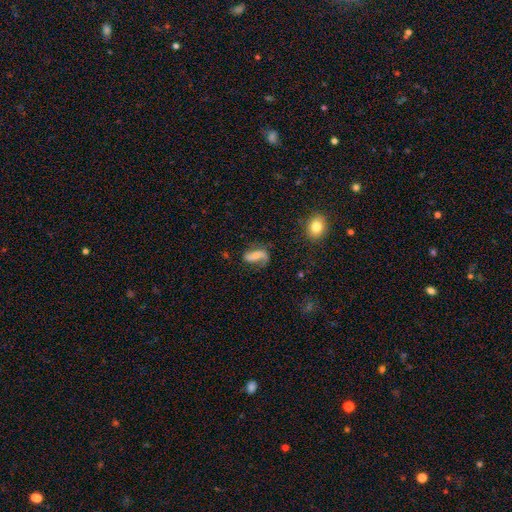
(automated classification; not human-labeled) Smooth or featured?
  - featured or disk: 67% *
  - smooth: 25%
  - star or artifact: 8%
Edge-on disk?
  - no: 95% *
  - yes: 5%
Bar?
  - no: 42% *
  - weak: 33%
  - strong: 26%
Spiral arms?
  - yes: 91% *
  - no: 9%
Spiral winding?
  - loose: 62% *
  - medium: 28%
  - tight: 10%
Spiral arm count?
  - 2: 74% *
  - 1: 19%
  - can't tell: 4%
  - 3: 1%
  - 4: 1%
  - more than 4: 1%
Bulge size?
  - small: 48% *
  - moderate: 38%
  - none: 9%
  - large: 4%
  - dominant: 2%
Merging?
  - none: 58% *
  - minor disturbance: 22%
  - major disturbance: 17%
  - merger: 3%